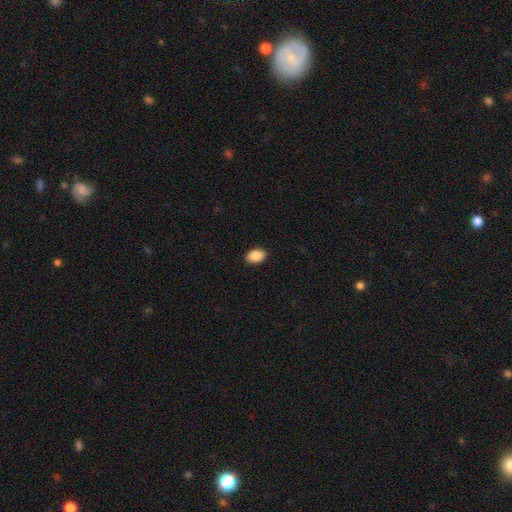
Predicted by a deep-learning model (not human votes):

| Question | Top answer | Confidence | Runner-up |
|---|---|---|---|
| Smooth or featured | smooth | 89% | star or artifact (7%) |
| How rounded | in between | 87% | round (12%) |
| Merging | none | 90% | minor disturbance (7%) |